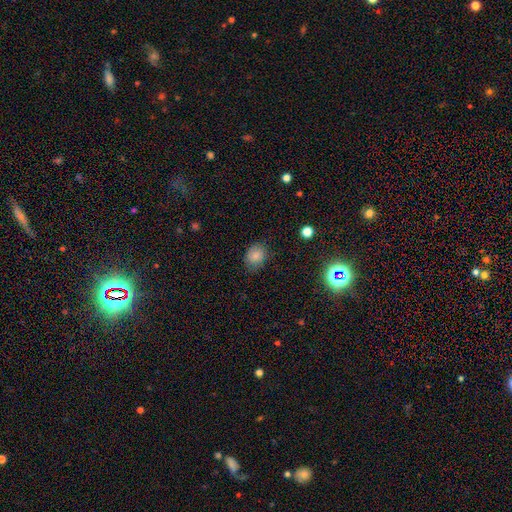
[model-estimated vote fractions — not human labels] A smooth galaxy with no disk features (79%) that is in between round and cigar-shaped (58%).

Vote fractions:
- Smooth or featured? smooth: 79% / star or artifact: 11% / featured or disk: 10%
- How rounded? in between: 58% / round: 41% / cigar-shaped: 1%
- Merging? none: 75% / minor disturbance: 19% / major disturbance: 5% / merger: 1%